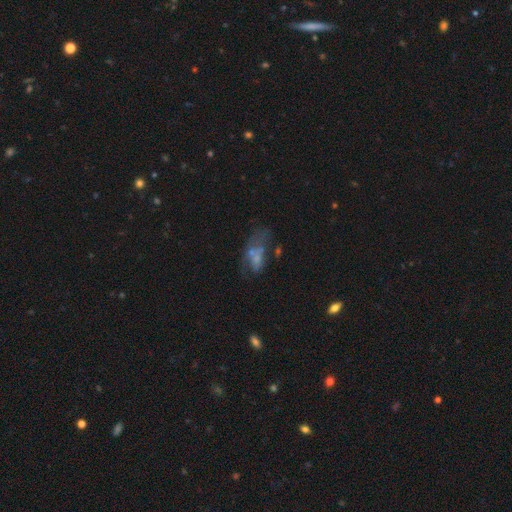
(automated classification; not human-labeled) The model was most divided on "smooth or featured": featured or disk: 43%, smooth: 42%, star or artifact: 15%. Remaining: merging — major disturbance (34%).